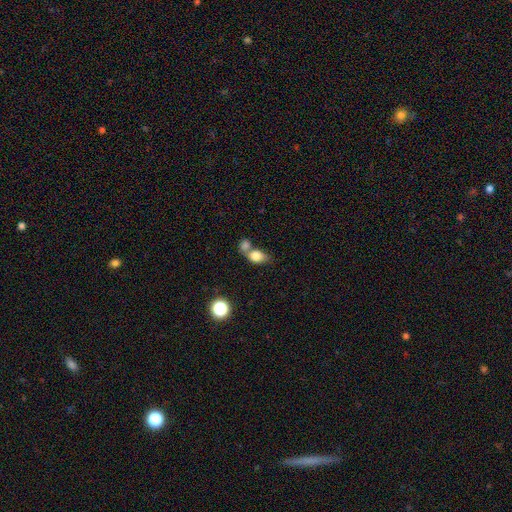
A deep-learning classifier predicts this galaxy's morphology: smooth_or_featured: smooth (p=0.80) [alt: featured or disk p=0.11]
how_rounded: in between (p=0.72) [alt: round p=0.26]
merging: merger (p=0.55) [alt: none p=0.29]